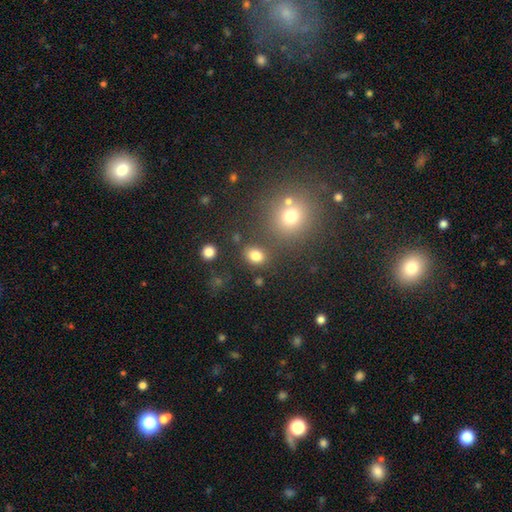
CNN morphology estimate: type=smooth (81%); roundness=in between (62%); merging=none (78%).